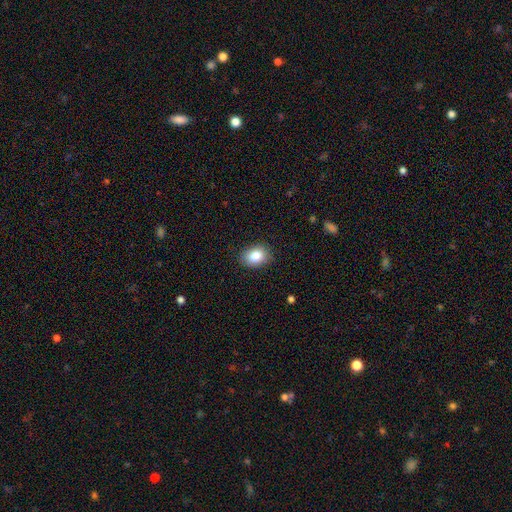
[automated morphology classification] Smooth or featured?
  - smooth: 85% *
  - star or artifact: 8%
  - featured or disk: 7%
How rounded?
  - in between: 72% *
  - round: 27%
  - cigar-shaped: 1%
Merging?
  - none: 86% *
  - minor disturbance: 11%
  - major disturbance: 2%
  - merger: 1%